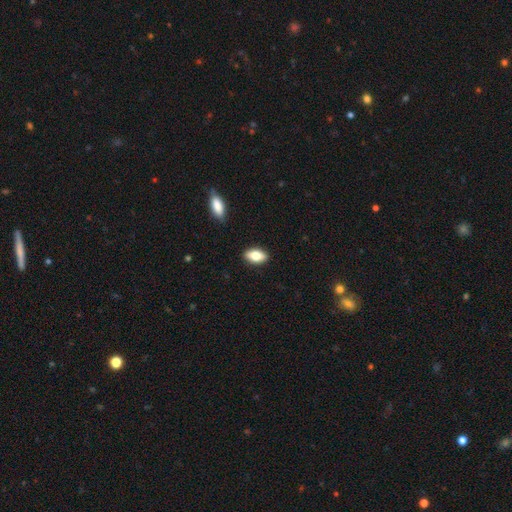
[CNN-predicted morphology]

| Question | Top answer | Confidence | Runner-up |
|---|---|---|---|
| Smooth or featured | smooth | 75% | featured or disk (17%) |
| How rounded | in between | 89% | cigar-shaped (6%) |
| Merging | none | 89% | minor disturbance (8%) |